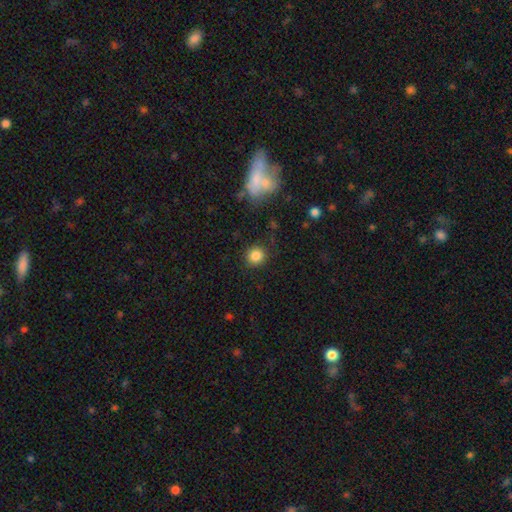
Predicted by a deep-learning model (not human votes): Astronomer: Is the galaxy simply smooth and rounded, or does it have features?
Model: smooth — 84%.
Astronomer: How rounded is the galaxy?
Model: round — 88%.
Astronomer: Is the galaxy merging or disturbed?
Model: none — 87%.